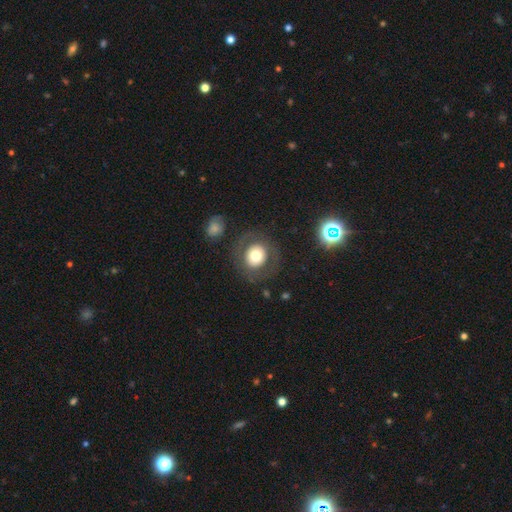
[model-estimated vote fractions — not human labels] Overall: smooth (63%; featured or disk 27%). How rounded: round (84%). Merging: none (81%).